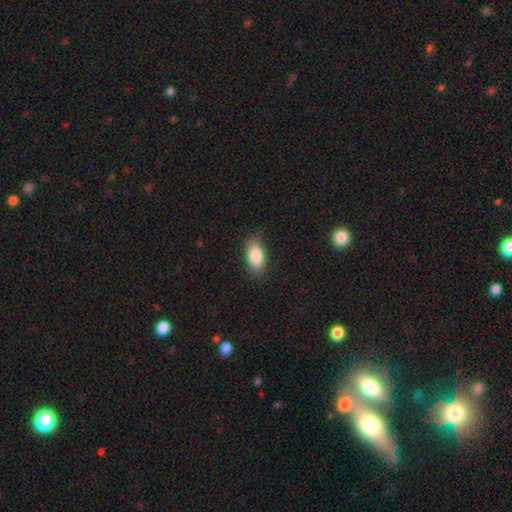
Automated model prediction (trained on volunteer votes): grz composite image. It shows a smooth galaxy with no disk features (85%) that is in between round and cigar-shaped (90%). Merging: none (85%).